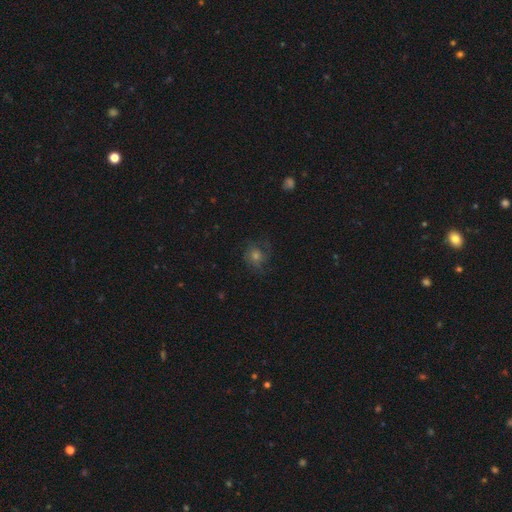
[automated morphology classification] Smooth or featured: featured or disk — 38% (tied with smooth — 38%)
Merging: none — 71% (minor disturbance — 17%)